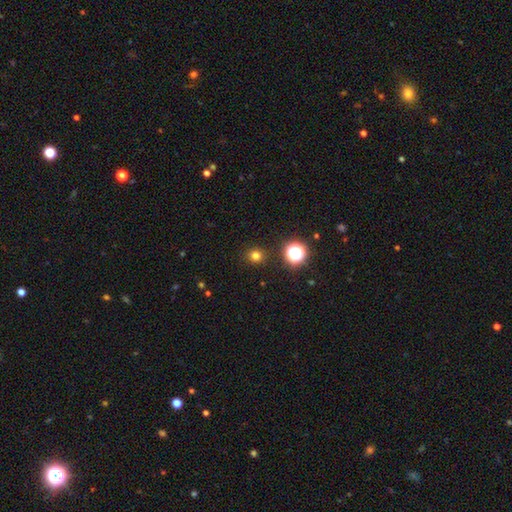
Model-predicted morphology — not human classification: Smooth or featured: smooth — 76% (star or artifact — 18%)
How rounded: round — 90% (in between — 9%)
Merging: none — 91% (minor disturbance — 6%)